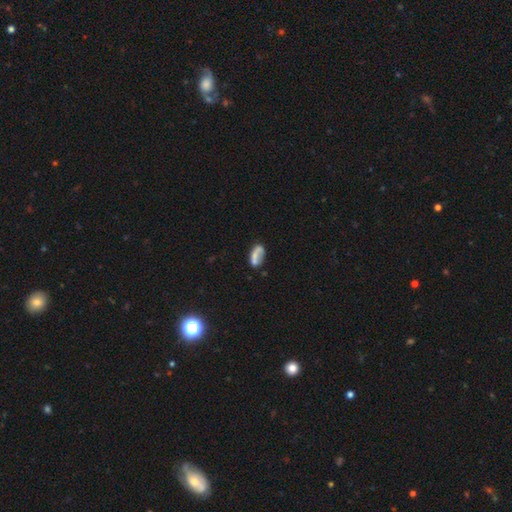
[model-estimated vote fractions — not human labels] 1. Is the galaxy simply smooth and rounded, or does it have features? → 54% smooth, 36% featured or disk, 10% star or artifact.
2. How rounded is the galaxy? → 86% in between, 7% round, 7% cigar-shaped.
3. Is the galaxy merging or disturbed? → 39% none, 21% minor disturbance, 20% merger, 20% major disturbance.